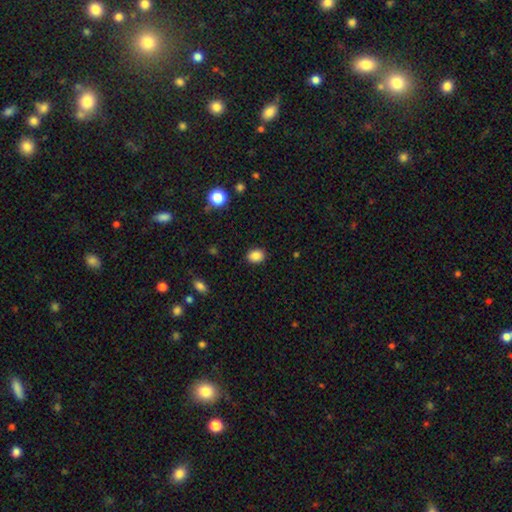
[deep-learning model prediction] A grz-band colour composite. It shows a smooth galaxy with no disk features (86%) that is in between round and cigar-shaped (52%). Merging: none (88%).